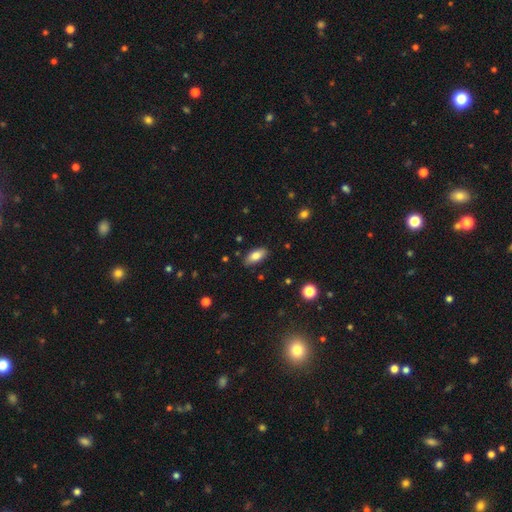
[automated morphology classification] Smooth or featured? Predicted: smooth (p=0.80). How rounded? Predicted: in between (p=0.87). Merging? Predicted: none (p=0.84).